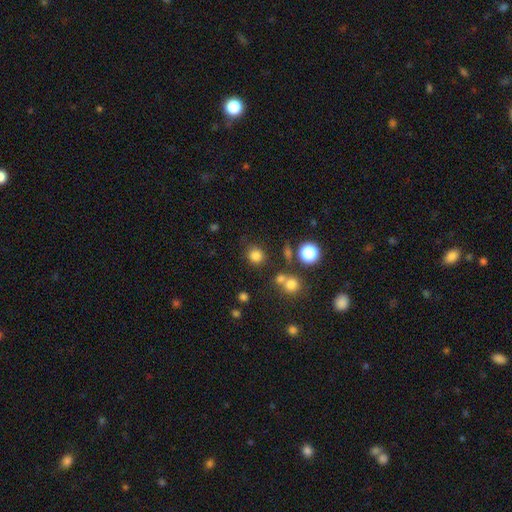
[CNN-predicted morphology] Smooth or featured? Predicted: smooth (p=0.80). How rounded? Predicted: round (p=0.86). Merging? Predicted: none (p=0.79).